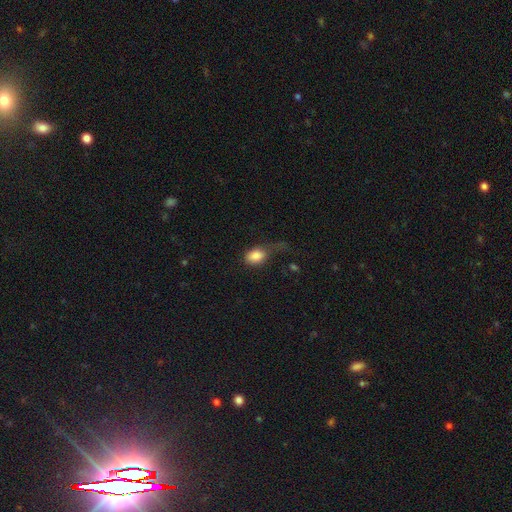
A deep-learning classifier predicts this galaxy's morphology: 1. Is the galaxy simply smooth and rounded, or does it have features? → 84% smooth, 8% star or artifact, 8% featured or disk.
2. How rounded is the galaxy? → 82% in between, 16% round, 2% cigar-shaped.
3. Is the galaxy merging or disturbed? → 36% none, 34% major disturbance, 26% minor disturbance, 5% merger.